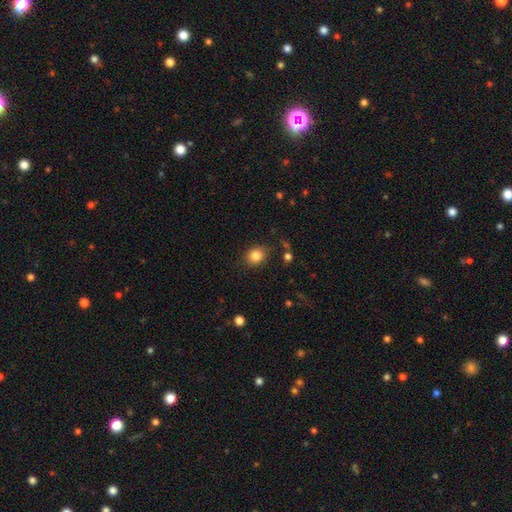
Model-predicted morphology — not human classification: smooth-or-featured: smooth: 84% | star or artifact: 10% | featured or disk: 6%
  how-rounded: round: 60% | in between: 39% | cigar-shaped: 1%
  merging: none: 84% | minor disturbance: 10% | major disturbance: 3% | merger: 2%